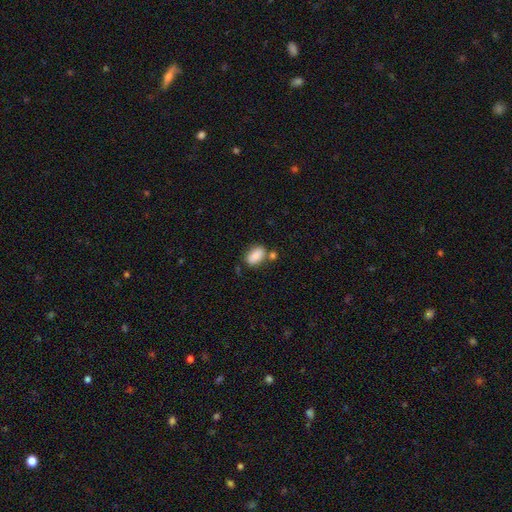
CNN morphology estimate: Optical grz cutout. It shows a smooth galaxy with no disk features (86%) that is in between round and cigar-shaped (89%). Merging: none (63%).